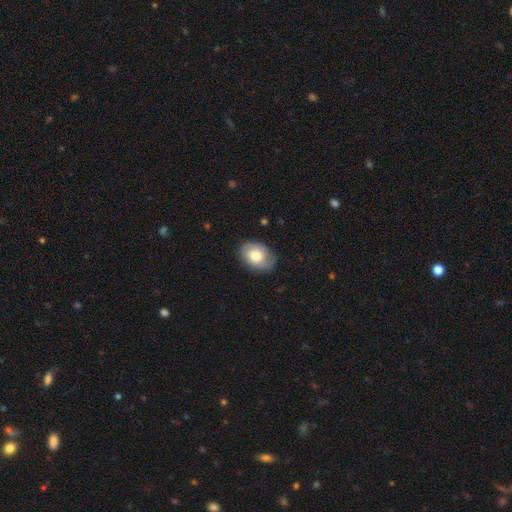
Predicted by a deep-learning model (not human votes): A smooth galaxy with no disk features (67%) that is in between round and cigar-shaped (70%).

Vote fractions:
- Smooth or featured? smooth: 67% / featured or disk: 25% / star or artifact: 7%
- How rounded? in between: 70% / round: 29% / cigar-shaped: 1%
- Merging? none: 77% / minor disturbance: 18% / major disturbance: 4% / merger: 1%